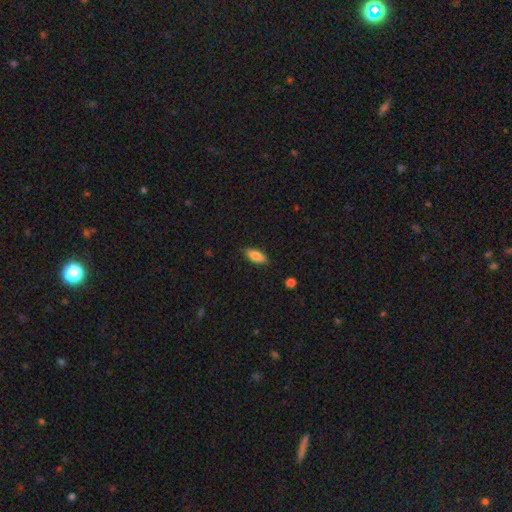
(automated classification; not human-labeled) Smooth or featured: smooth — 80% (featured or disk — 14%)
How rounded: in between — 73% (cigar-shaped — 25%)
Merging: none — 86% (minor disturbance — 10%)